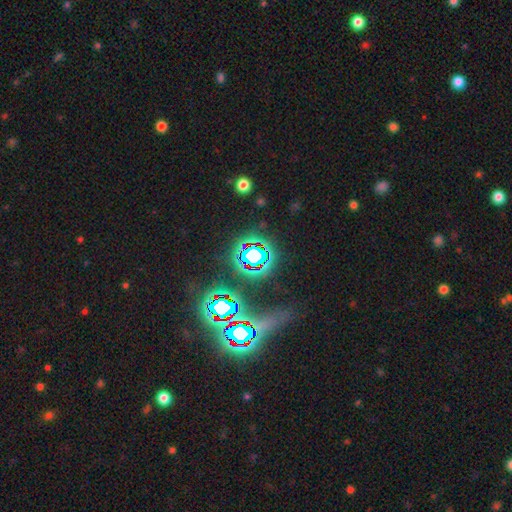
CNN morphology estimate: star or artifact 72%, smooth 15%, featured or disk 13%.